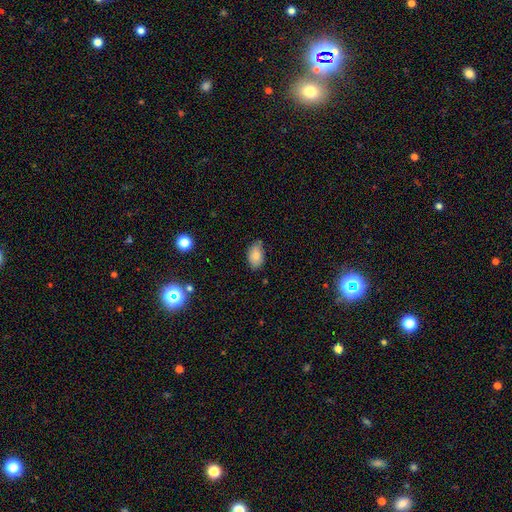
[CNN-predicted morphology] Smooth or featured? smooth (84%)
How rounded? in between (91%)
Merging? none (71%)